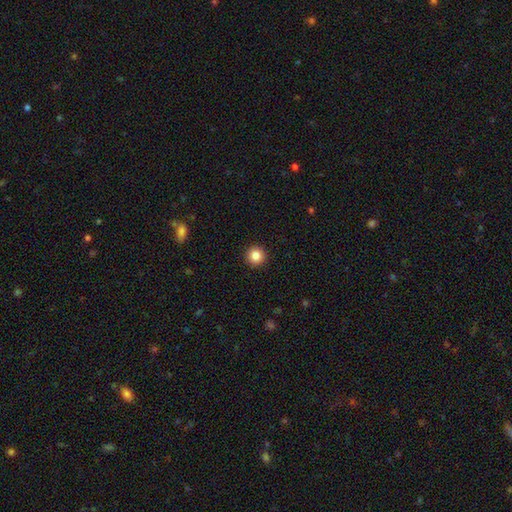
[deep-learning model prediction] smooth_or_featured: smooth (p=0.85) [alt: star or artifact p=0.11]
how_rounded: round (p=0.96) [alt: in between p=0.03]
merging: none (p=0.93) [alt: minor disturbance p=0.04]